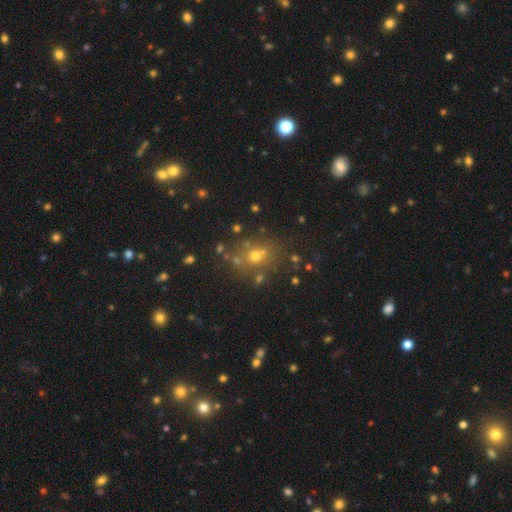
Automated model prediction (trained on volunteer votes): The model was most divided on "smooth or featured": smooth: 55%, star or artifact: 29%, featured or disk: 16%. More confident: how rounded — round (69%); merging — none (65%).